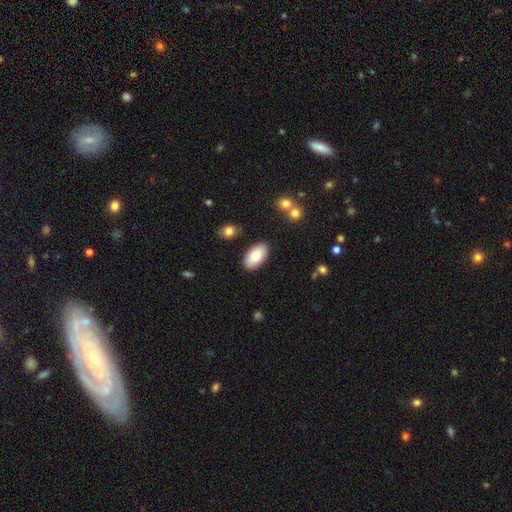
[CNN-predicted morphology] The model was most divided on "smooth or featured": smooth: 78%, featured or disk: 16%, star or artifact: 6%. More confident: how rounded — in between (95%); merging — none (86%).